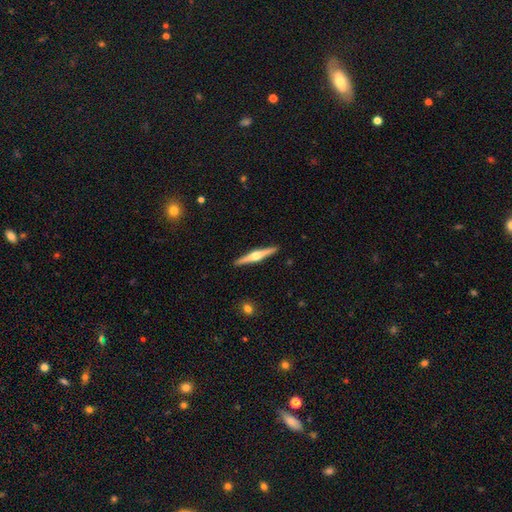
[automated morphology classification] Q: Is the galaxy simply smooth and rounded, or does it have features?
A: featured or disk — 77%.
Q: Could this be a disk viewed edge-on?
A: yes — 98%.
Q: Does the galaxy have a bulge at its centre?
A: rounded — 94%.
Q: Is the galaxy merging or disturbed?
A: none — 92%.